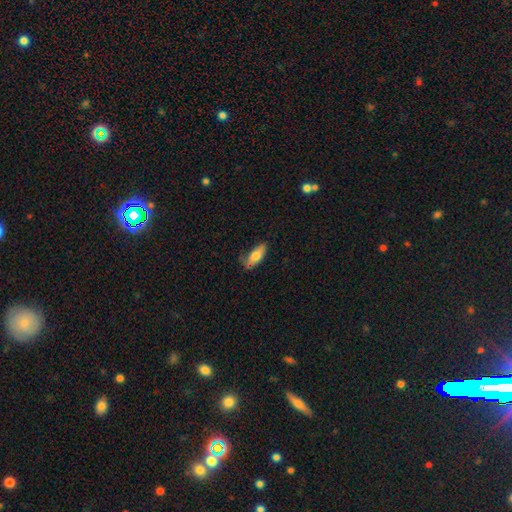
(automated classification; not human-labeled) Smooth or featured: smooth — 72% (featured or disk — 22%)
How rounded: in between — 73% (cigar-shaped — 24%)
Merging: none — 55% (minor disturbance — 32%)